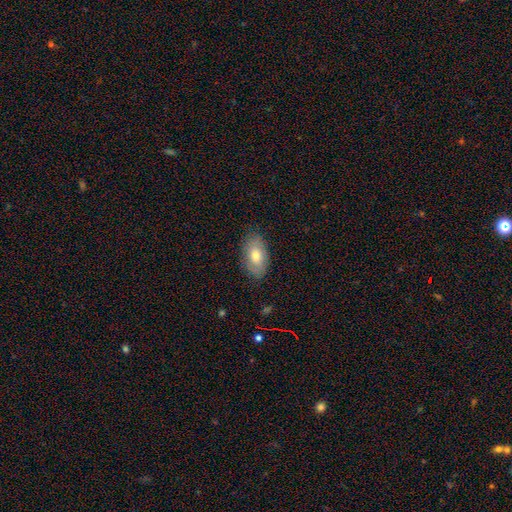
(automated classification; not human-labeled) The model was most divided on "smooth or featured": smooth: 71%, featured or disk: 22%, star or artifact: 7%. More confident: how rounded — in between (92%); merging — none (82%).